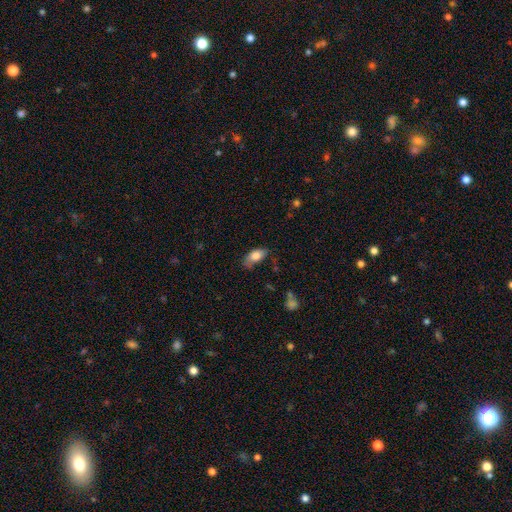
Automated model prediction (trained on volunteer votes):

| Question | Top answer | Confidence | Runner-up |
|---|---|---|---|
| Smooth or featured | smooth | 78% | featured or disk (15%) |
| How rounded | in between | 89% | cigar-shaped (6%) |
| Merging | none | 54% | minor disturbance (33%) |